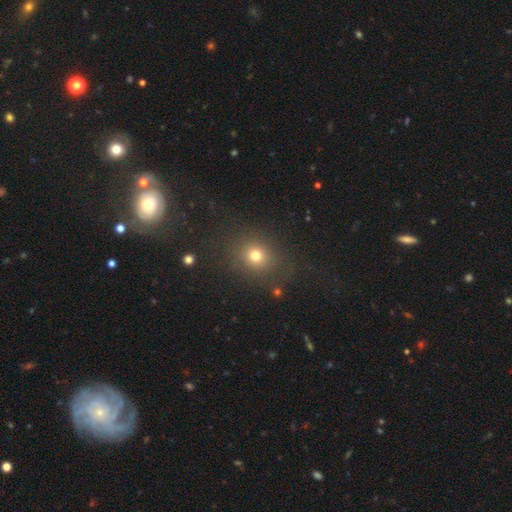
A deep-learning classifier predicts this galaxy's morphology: The model was most divided on "how rounded": round: 71%, in between: 28%, cigar-shaped: 1%. More confident: merging — none (81%); smooth or featured — smooth (74%).